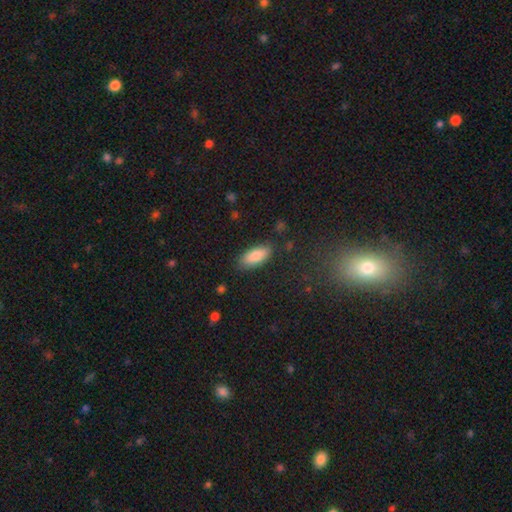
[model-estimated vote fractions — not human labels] This appears to be a smooth galaxy with no disk features (83%) that is in between round and cigar-shaped (83%). Merging: none (83%).